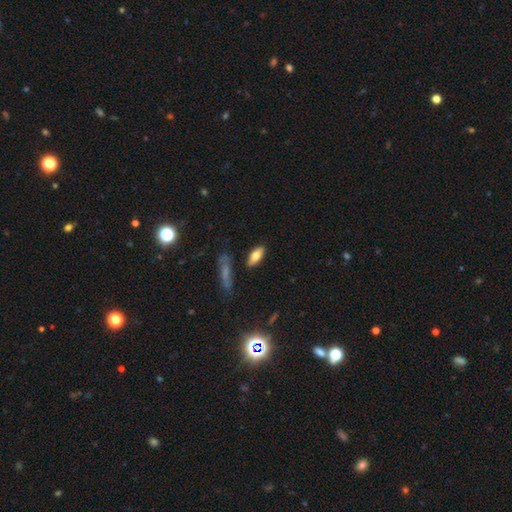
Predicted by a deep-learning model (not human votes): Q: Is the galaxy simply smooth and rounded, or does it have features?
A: smooth — 76%.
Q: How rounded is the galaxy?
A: in between — 78%.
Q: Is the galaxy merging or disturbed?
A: none — 84%.